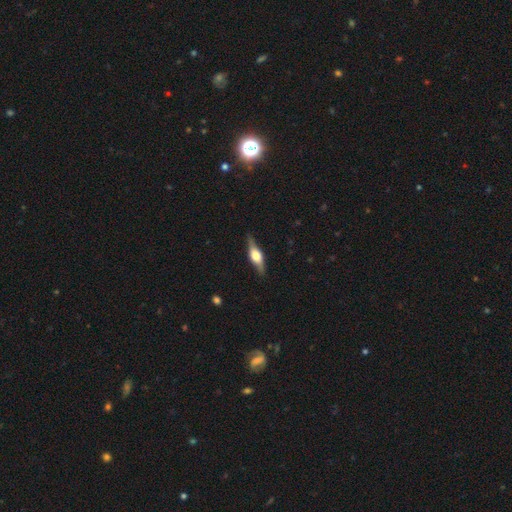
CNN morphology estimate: A featured or disk galaxy (67%) viewed edge-on (94%) with a rounded central bulge (91%).

Vote fractions:
- Smooth or featured? featured or disk: 67% / smooth: 27% / star or artifact: 6%
- Edge-on disk? yes: 94% / no: 6%
- Edge-on bulge? rounded: 91% / boxy: 7% / none: 2%
- Merging? none: 86% / minor disturbance: 11% / major disturbance: 2% / merger: 1%